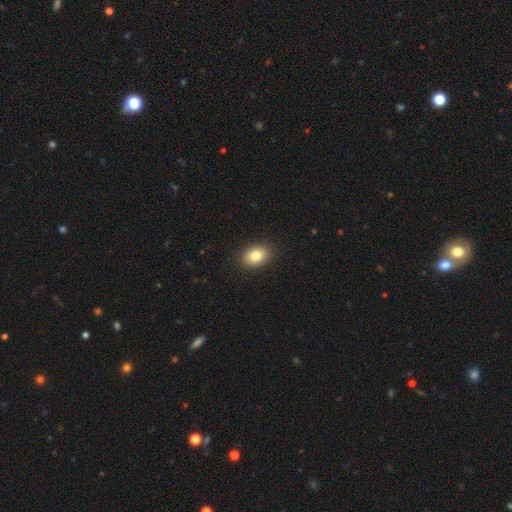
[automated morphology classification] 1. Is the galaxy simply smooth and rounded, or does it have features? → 83% smooth, 9% star or artifact, 8% featured or disk.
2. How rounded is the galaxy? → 76% in between, 23% round, 1% cigar-shaped.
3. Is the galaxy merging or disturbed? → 90% none, 7% minor disturbance, 2% major disturbance, 1% merger.